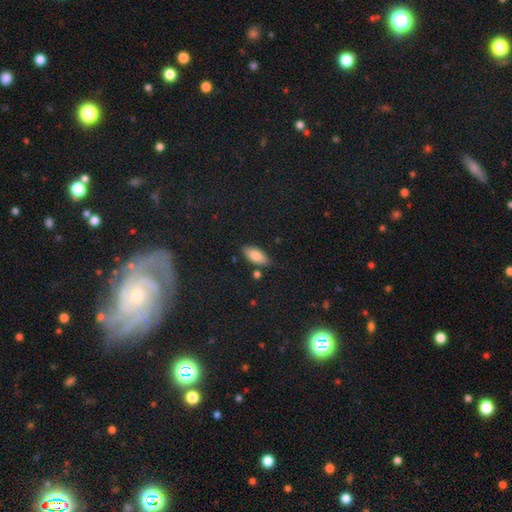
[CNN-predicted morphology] Smooth or featured? smooth (83%)
How rounded? in between (87%)
Merging? none (80%)